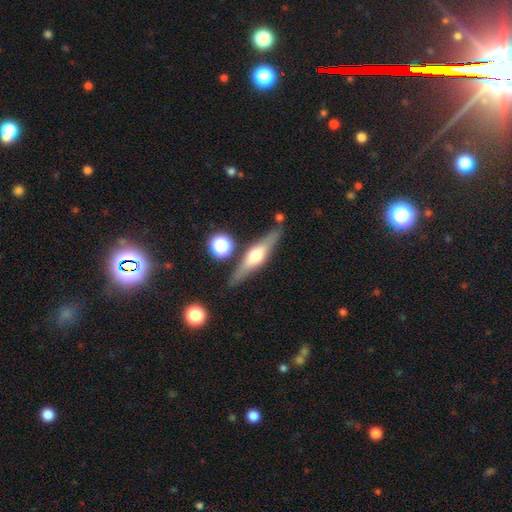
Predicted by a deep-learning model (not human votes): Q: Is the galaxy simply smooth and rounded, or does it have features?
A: featured or disk — 66%.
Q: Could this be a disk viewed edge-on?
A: yes — 94%.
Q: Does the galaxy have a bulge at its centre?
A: rounded — 91%.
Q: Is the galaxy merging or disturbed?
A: none — 81%.